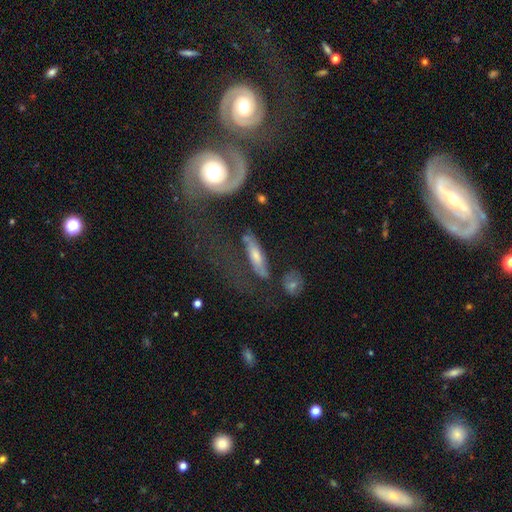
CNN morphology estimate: smooth-or-featured: smooth: 46% | featured or disk: 44% | star or artifact: 10%
  merging: none: 48% | minor disturbance: 23% | major disturbance: 20% | merger: 9%